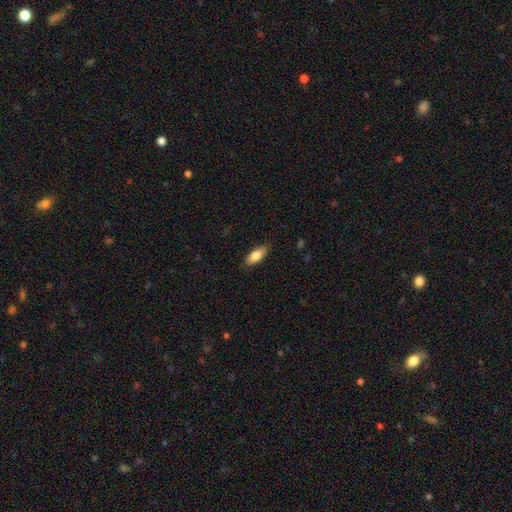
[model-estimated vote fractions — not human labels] Smooth or featured?
  - smooth: 80% *
  - featured or disk: 14%
  - star or artifact: 6%
How rounded?
  - in between: 78% *
  - cigar-shaped: 20%
  - round: 2%
Merging?
  - none: 84% *
  - minor disturbance: 13%
  - major disturbance: 2%
  - merger: 1%